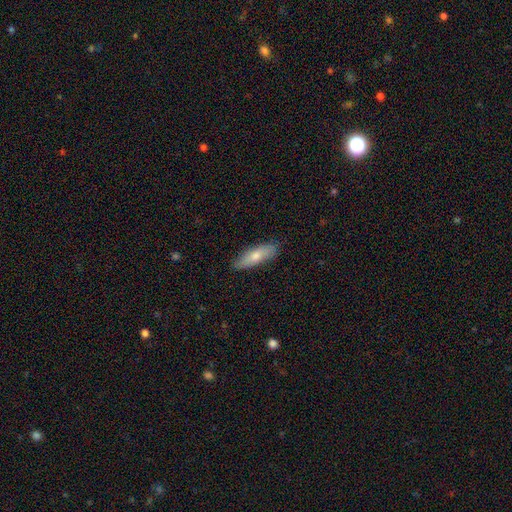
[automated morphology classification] smooth-or-featured: smooth: 65% | featured or disk: 28% | star or artifact: 6%
  how-rounded: cigar-shaped: 53% | in between: 44% | round: 2%
  merging: none: 86% | minor disturbance: 11% | major disturbance: 2% | merger: 1%